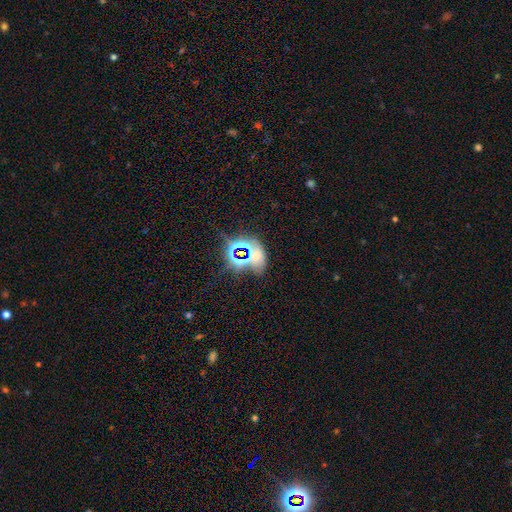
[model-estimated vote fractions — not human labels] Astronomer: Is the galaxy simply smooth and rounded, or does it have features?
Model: star or artifact — 53% (runner-up: smooth, 33%).